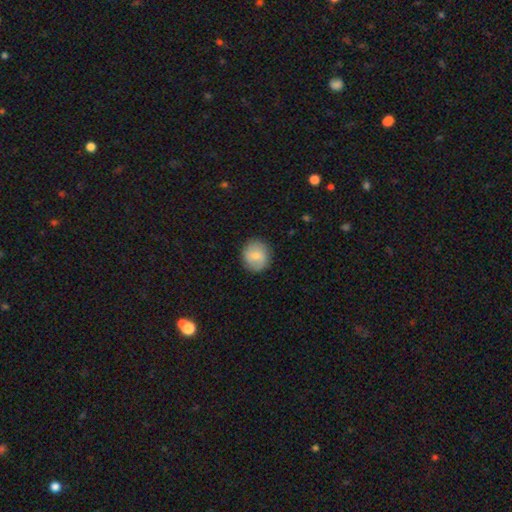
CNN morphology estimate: smooth_or_featured: smooth (p=0.70) [alt: featured or disk p=0.23]
how_rounded: round (p=0.87) [alt: in between p=0.12]
merging: none (p=0.86) [alt: minor disturbance p=0.10]